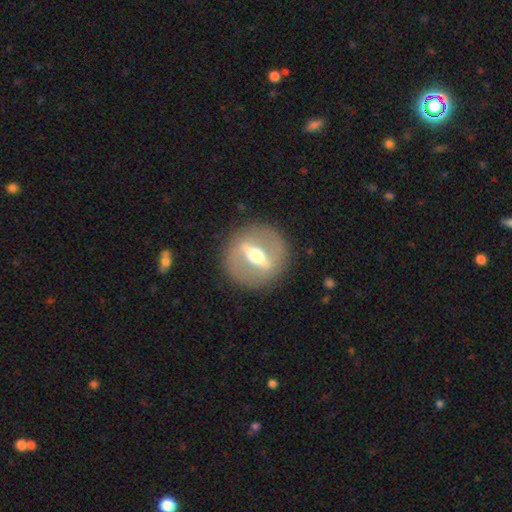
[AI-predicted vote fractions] Q: Smooth or featured?
A: featured or disk (75%); runner-up: smooth (19%)
Q: Edge-on disk?
A: no (64%); runner-up: yes (36%)
Q: Merging?
A: none (88%); runner-up: minor disturbance (7%)